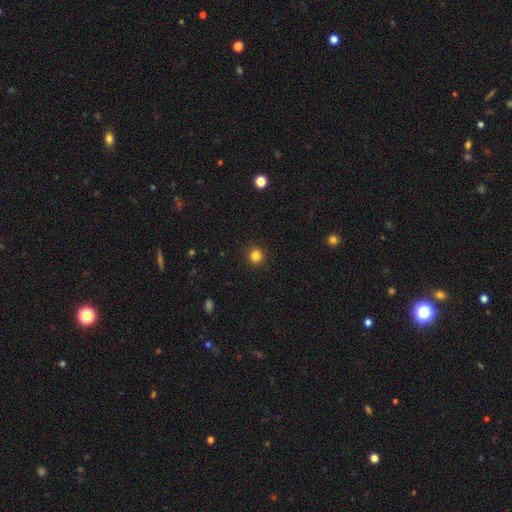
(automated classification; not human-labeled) Smooth or featured? Predicted: smooth (p=0.83). How rounded? Predicted: round (p=0.95). Merging? Predicted: none (p=0.93).